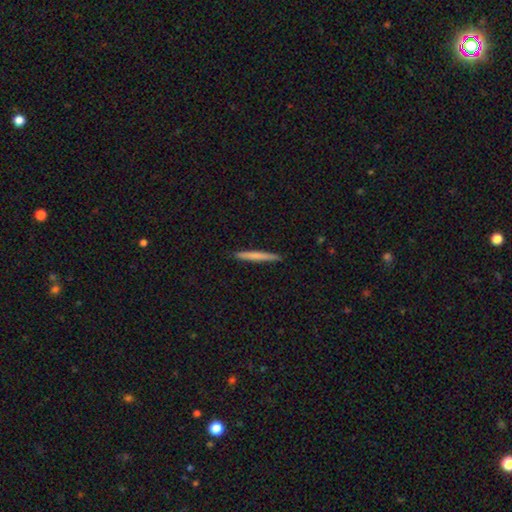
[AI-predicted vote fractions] A smooth galaxy with no disk features (69%) that is cigar-shaped (97%). Merging: none (91%).